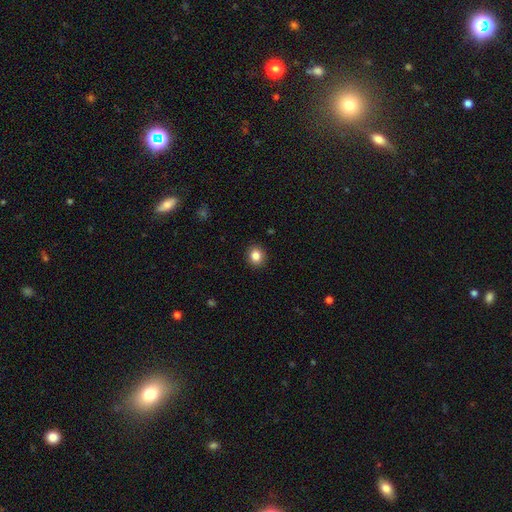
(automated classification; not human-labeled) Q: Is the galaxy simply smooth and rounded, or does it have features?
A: smooth — 85%.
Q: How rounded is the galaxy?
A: round — 79%.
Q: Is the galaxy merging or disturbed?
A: none — 91%.